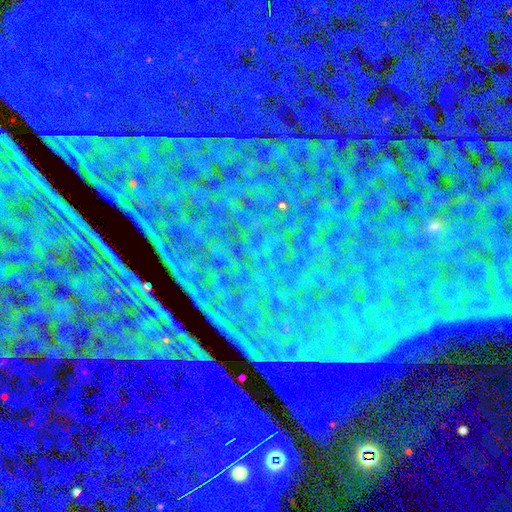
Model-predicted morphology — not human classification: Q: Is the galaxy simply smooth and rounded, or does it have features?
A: star or artifact — 86%.